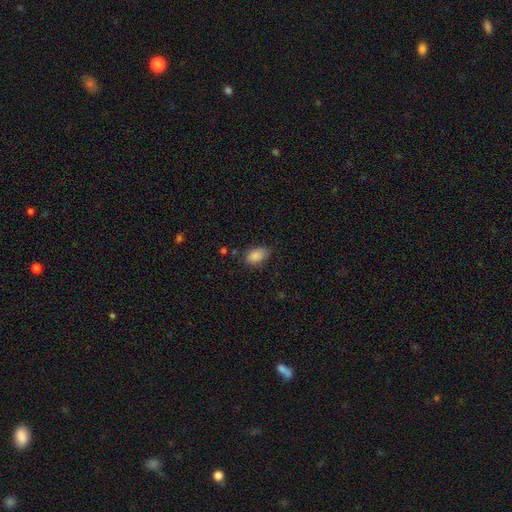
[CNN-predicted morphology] smooth 88%, star or artifact 8%, featured or disk 4%. Down the decision tree: how rounded — in between (87%); merging — none (72%).